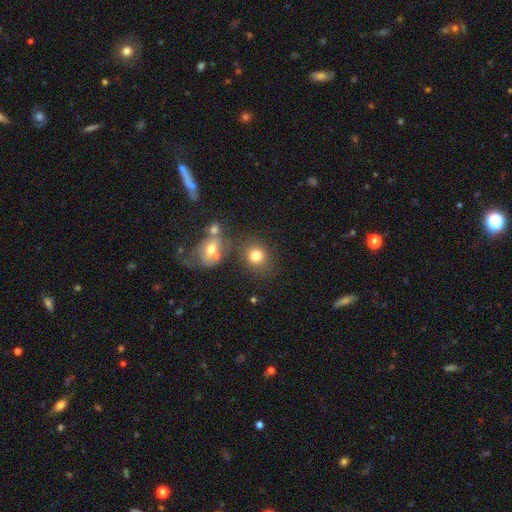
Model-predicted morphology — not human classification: Overall: smooth (78%). How rounded: round (79%). Merging: none (68%).